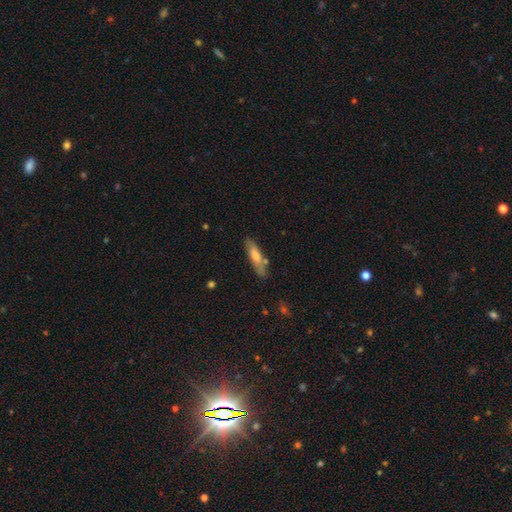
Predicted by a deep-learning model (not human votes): A smooth galaxy with no disk features (62%) that is cigar-shaped (72%).

Vote fractions:
- Smooth or featured? smooth: 62% / featured or disk: 31% / star or artifact: 7%
- How rounded? cigar-shaped: 72% / in between: 27% / round: 2%
- Merging? none: 71% / minor disturbance: 18% / merger: 7% / major disturbance: 4%